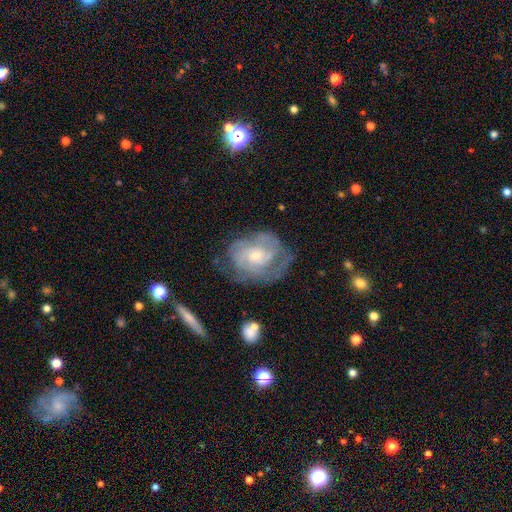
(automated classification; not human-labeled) Morphology: type=featured or disk (72%); edge-on=no (96%); bar=no (71%); spiral arms=yes (79%); winding=tight (57%); arm count=can't tell (48%); bulge=moderate (49%); merging=none (59%).